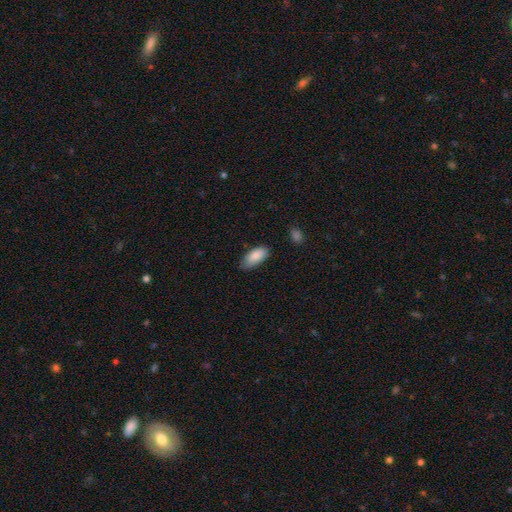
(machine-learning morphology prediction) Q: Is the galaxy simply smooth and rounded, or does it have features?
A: smooth — 86%.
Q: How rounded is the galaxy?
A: in between — 90%.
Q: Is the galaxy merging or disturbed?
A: none — 67%.